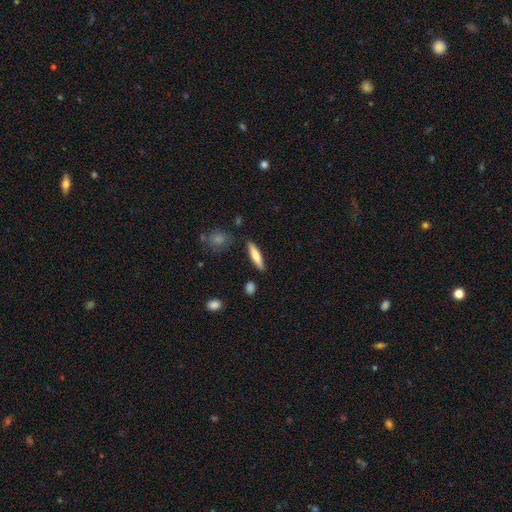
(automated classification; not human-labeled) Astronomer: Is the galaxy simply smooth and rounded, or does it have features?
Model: smooth — 70%.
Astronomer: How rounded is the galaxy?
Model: cigar-shaped — 77%.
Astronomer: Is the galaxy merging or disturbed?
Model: none — 86%.